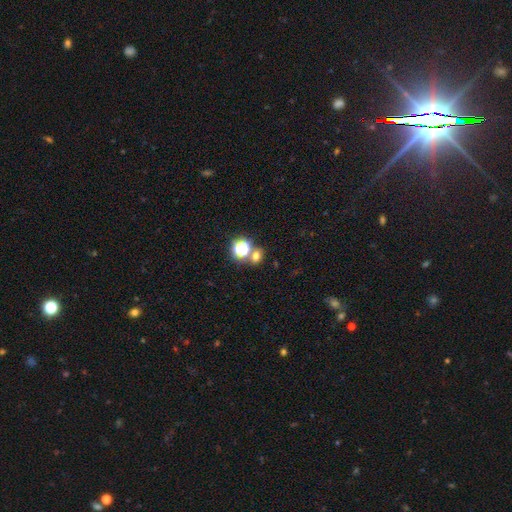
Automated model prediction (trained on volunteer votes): A smooth galaxy with no disk features (61%) that is round (66%). Merging: none (64%).